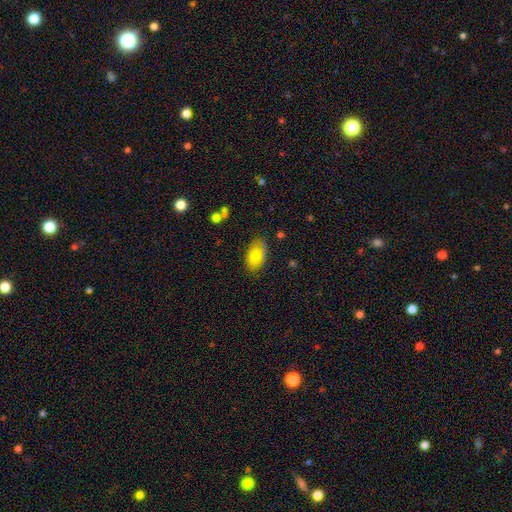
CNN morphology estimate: Q: Smooth or featured?
A: smooth (71%); runner-up: featured or disk (20%)
Q: How rounded?
A: in between (92%); runner-up: round (6%)
Q: Merging?
A: none (72%); runner-up: minor disturbance (20%)